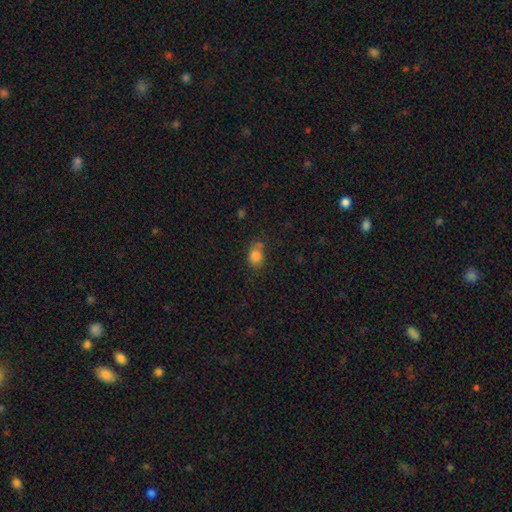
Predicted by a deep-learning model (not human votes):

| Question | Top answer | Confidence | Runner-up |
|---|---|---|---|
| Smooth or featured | smooth | 82% | star or artifact (11%) |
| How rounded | in between | 62% | round (37%) |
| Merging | none | 60% | minor disturbance (24%) |